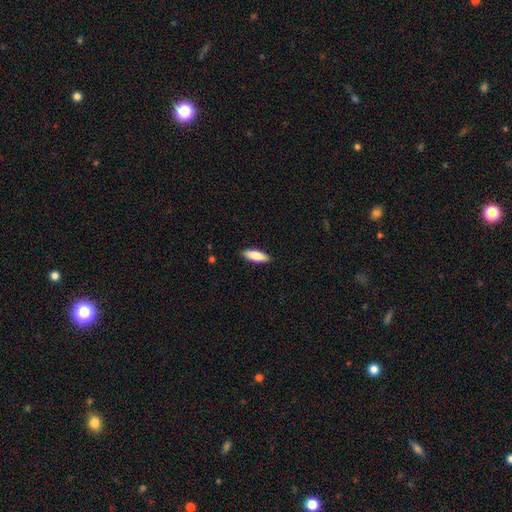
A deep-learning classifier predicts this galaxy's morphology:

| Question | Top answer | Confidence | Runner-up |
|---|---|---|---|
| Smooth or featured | smooth | 84% | featured or disk (11%) |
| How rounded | in between | 54% | cigar-shaped (44%) |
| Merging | none | 89% | minor disturbance (9%) |